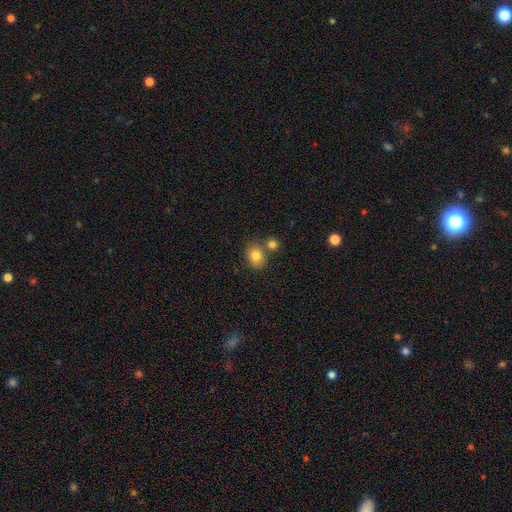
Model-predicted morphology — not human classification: smooth 82%, star or artifact 10%, featured or disk 8%. Down the decision tree: how rounded — round (55%); merging — none (62%).